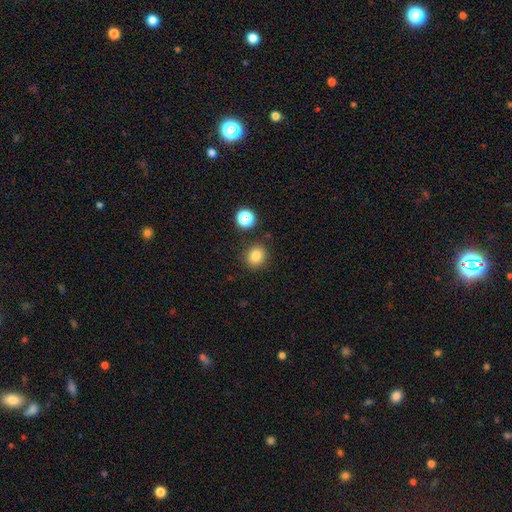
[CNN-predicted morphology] A smooth galaxy with no disk features (82%) that is round (80%).

Vote fractions:
- Smooth or featured? smooth: 82% / star or artifact: 13% / featured or disk: 5%
- How rounded? round: 80% / in between: 19% / cigar-shaped: 1%
- Merging? none: 85% / minor disturbance: 9% / merger: 4% / major disturbance: 3%